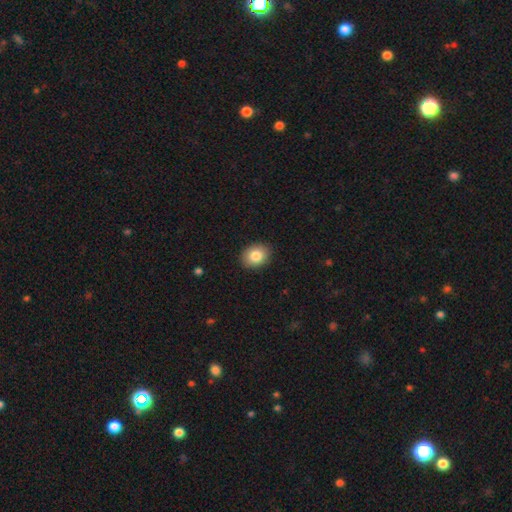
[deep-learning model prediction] A smooth galaxy with no disk features (84%) that is in between round and cigar-shaped (57%). Merging: none (89%).